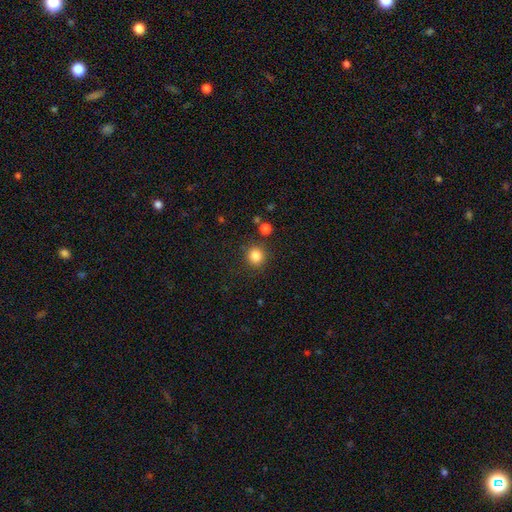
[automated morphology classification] Smooth or featured? Predicted: smooth (p=0.84). How rounded? Predicted: round (p=0.90). Merging? Predicted: none (p=0.87).